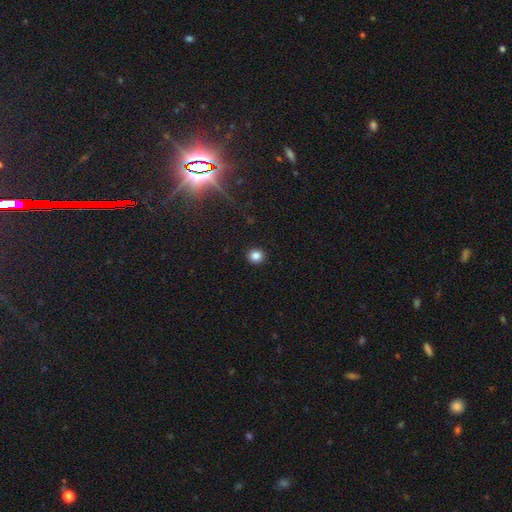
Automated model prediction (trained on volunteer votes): smooth_or_featured: smooth (p=0.84) [alt: star or artifact p=0.12]
how_rounded: round (p=0.87) [alt: in between p=0.12]
merging: none (p=0.93) [alt: minor disturbance p=0.05]